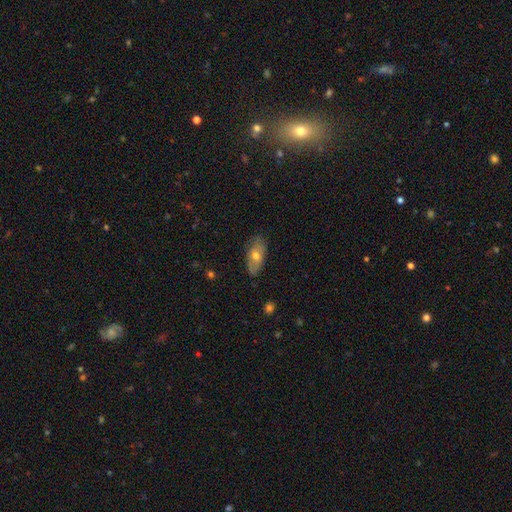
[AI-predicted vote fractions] Morphology: type=smooth (56%); roundness=in between (85%); merging=none (80%).